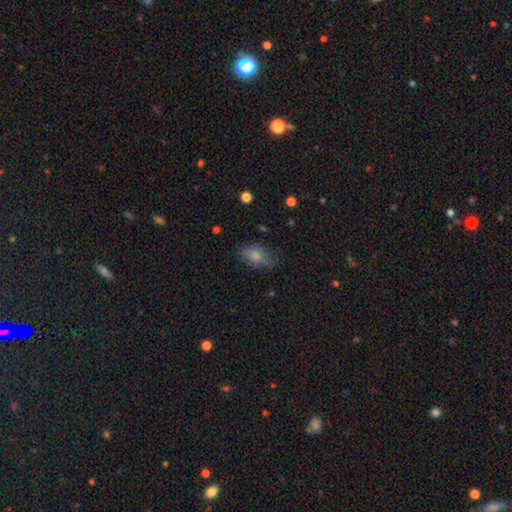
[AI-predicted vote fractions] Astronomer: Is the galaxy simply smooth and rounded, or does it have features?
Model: smooth — 76%.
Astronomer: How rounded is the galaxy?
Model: in between — 85%.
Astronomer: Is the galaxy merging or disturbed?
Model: none — 63%.